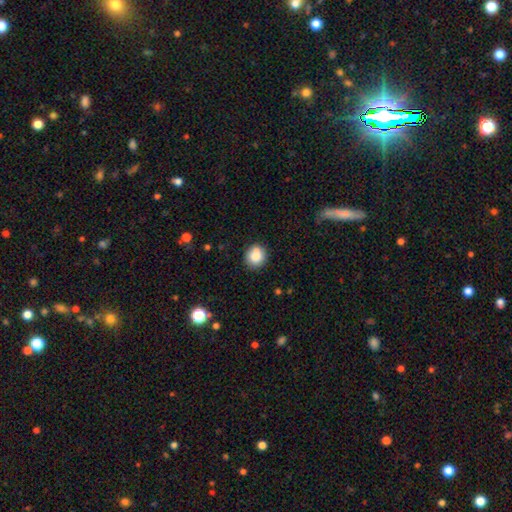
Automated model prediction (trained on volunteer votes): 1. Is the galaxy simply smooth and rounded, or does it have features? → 82% smooth, 9% star or artifact, 9% featured or disk.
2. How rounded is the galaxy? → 86% round, 13% in between, 1% cigar-shaped.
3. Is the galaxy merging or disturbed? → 75% none, 13% minor disturbance, 9% merger, 3% major disturbance.